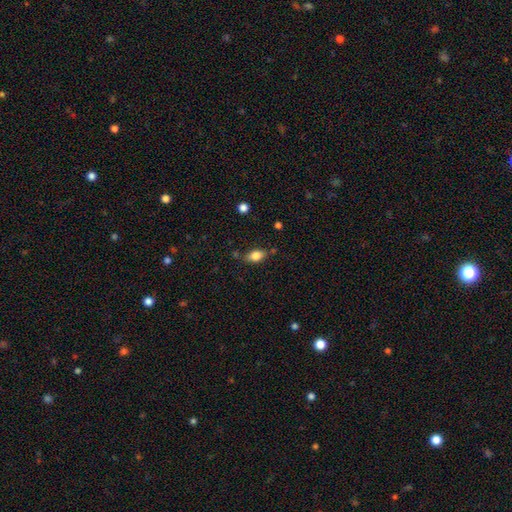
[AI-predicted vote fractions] Overall: smooth (80%). How rounded: in between (85%). Merging: none (74%).